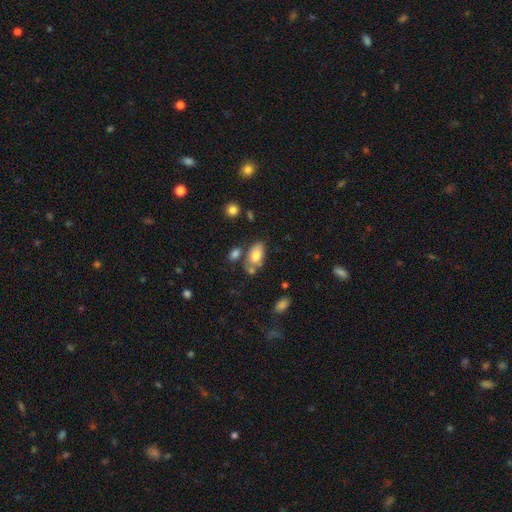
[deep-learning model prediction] Smooth or featured? Predicted: smooth (p=0.75). How rounded? Predicted: in between (p=0.93). Merging? Predicted: none (p=0.57).